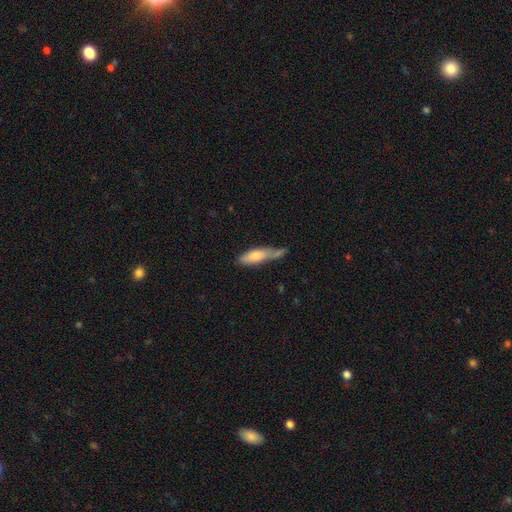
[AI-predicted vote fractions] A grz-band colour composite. It shows a smooth galaxy with no disk features (67%) that is cigar-shaped (55%). Merging: none (38%).